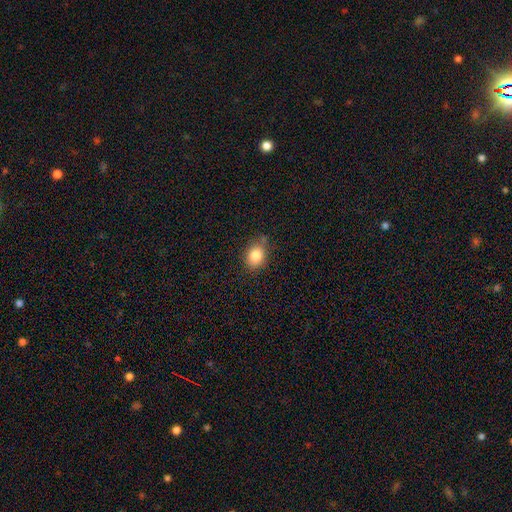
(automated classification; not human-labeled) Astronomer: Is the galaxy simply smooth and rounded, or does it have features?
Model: smooth — 83%.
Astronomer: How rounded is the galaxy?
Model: in between — 59% (runner-up: round, 40%).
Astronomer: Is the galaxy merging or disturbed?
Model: none — 74%.